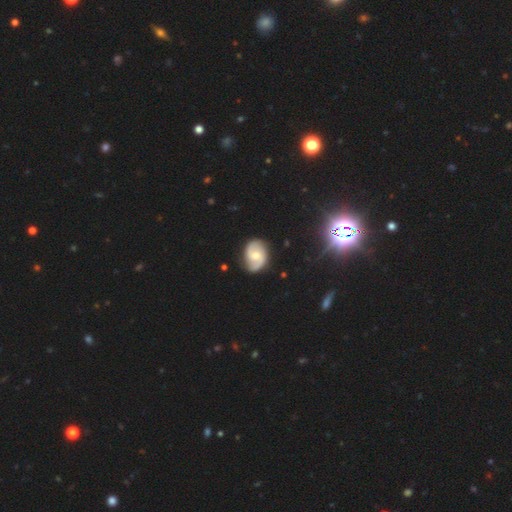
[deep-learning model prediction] smooth_or_featured: featured or disk (p=0.71) [alt: smooth p=0.22]
disk_edge_on: no (p=0.97) [alt: yes p=0.03]
bar: no (p=0.54) [alt: weak p=0.39]
has_spiral_arms: yes (p=0.93) [alt: no p=0.07]
spiral_winding: medium (p=0.46) [alt: loose p=0.28]
spiral_arm_count: 2 (p=0.88) [alt: can't tell p=0.06]
bulge_size: moderate (p=0.55) [alt: small p=0.39]
merging: none (p=0.81) [alt: minor disturbance p=0.15]